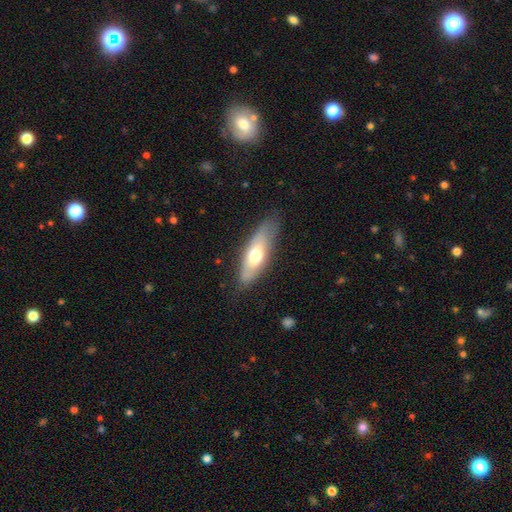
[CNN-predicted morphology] smooth_or_featured: smooth (p=0.57) [alt: featured or disk p=0.37]
how_rounded: in between (p=0.57) [alt: cigar-shaped p=0.41]
merging: none (p=0.75) [alt: minor disturbance p=0.19]